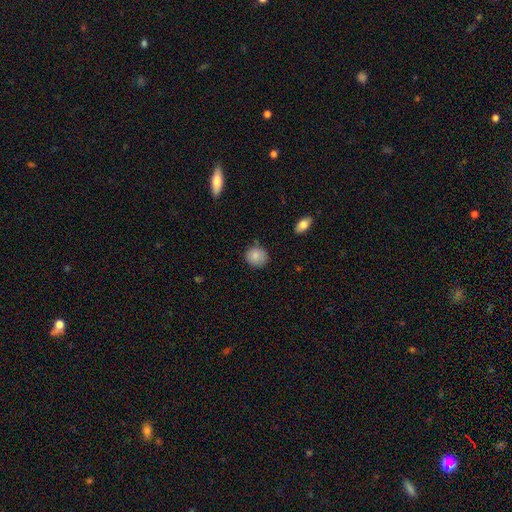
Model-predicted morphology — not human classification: smooth_or_featured: smooth (p=0.85) [alt: star or artifact p=0.08]
how_rounded: round (p=0.78) [alt: in between p=0.21]
merging: none (p=0.77) [alt: minor disturbance p=0.17]